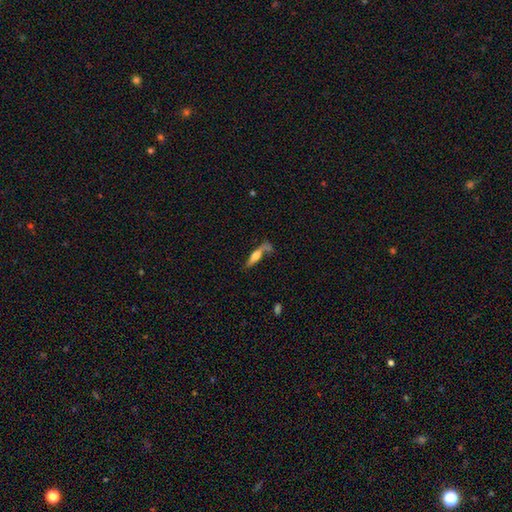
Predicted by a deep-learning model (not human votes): The model was most divided on "smooth or featured": smooth: 52%, featured or disk: 41%, star or artifact: 7%. More confident: how rounded — cigar-shaped (70%); merging — none (52%).